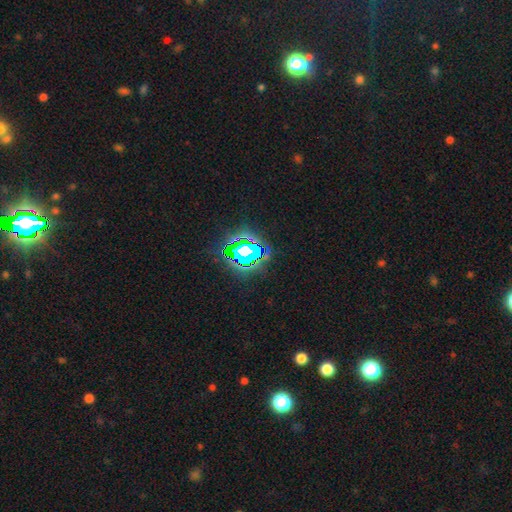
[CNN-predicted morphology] The model was most divided on "smooth or featured": star or artifact: 81%, smooth: 12%, featured or disk: 7%.